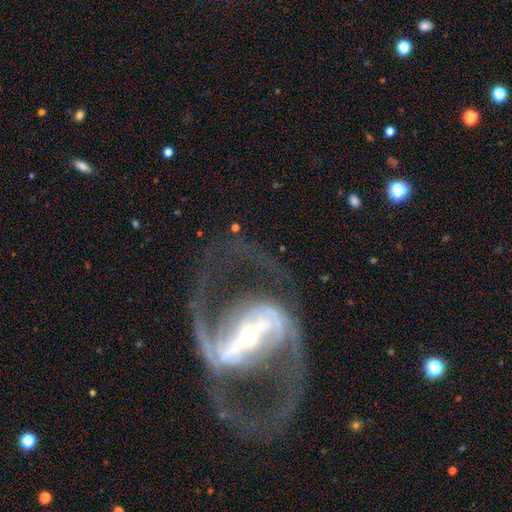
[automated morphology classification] This is clearly a featured or disk galaxy (92%). It is clearly not viewed edge-on (96%). Bar: likely strong (74%). Spiral arm pattern: clearly yes (96%). Spiral arm count: clearly 2 (94%). Spiral winding: possibly medium (58%). Central bulge: likely small (61%). Merging: likely none (74%).